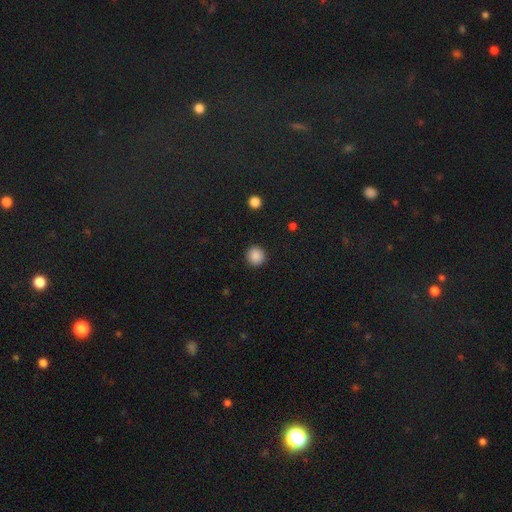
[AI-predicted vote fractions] Smooth or featured: smooth — 88% (star or artifact — 9%)
How rounded: round — 94% (in between — 5%)
Merging: none — 92% (minor disturbance — 5%)